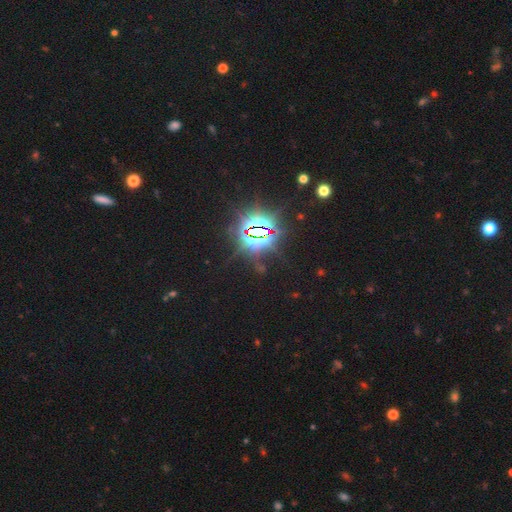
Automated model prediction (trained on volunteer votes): star or artifact 85%, smooth 9%, featured or disk 6%.